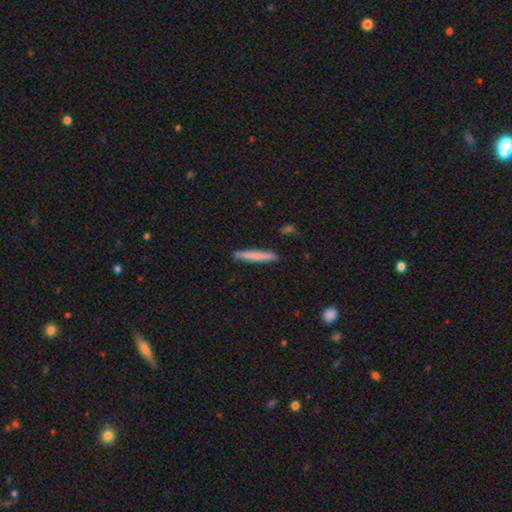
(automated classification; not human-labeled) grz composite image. It shows a smooth galaxy with no disk features (73%) that is cigar-shaped (96%). Merging: none (90%).